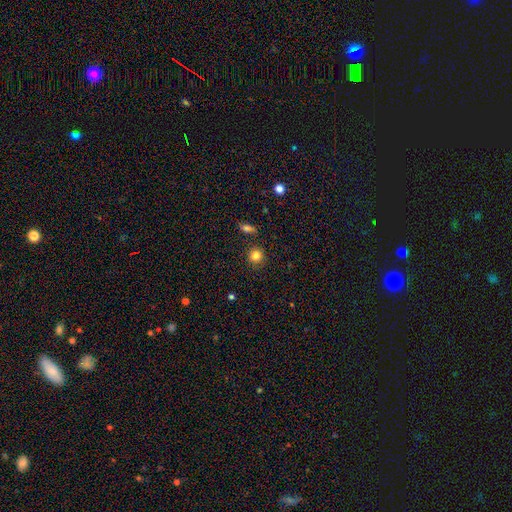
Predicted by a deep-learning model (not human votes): Smooth or featured? smooth (83%)
How rounded? round (89%)
Merging? none (85%)